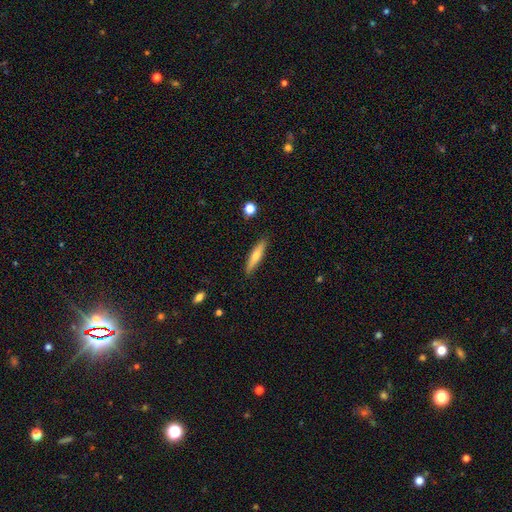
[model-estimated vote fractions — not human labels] Smooth or featured?
  - smooth: 59% *
  - featured or disk: 34%
  - star or artifact: 7%
How rounded?
  - cigar-shaped: 83% *
  - in between: 15%
  - round: 2%
Merging?
  - none: 88% *
  - minor disturbance: 9%
  - major disturbance: 2%
  - merger: 1%